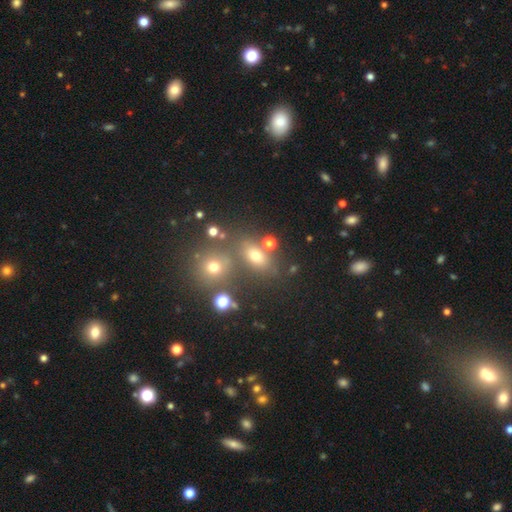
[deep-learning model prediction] Overall: smooth (60%; star or artifact 25%). How rounded: in between (69%). Merging: none (63%).